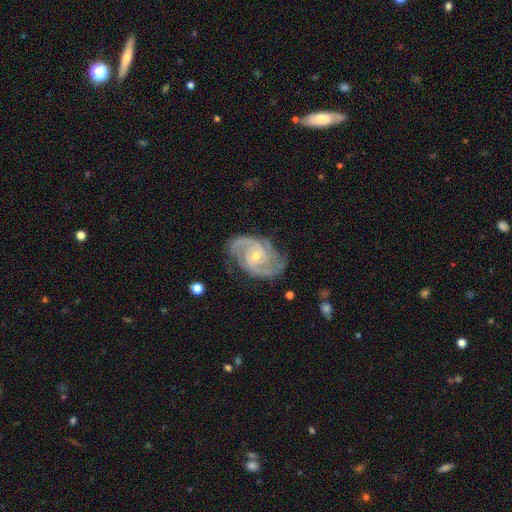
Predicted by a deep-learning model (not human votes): smooth_or_featured: featured or disk (p=0.92) [alt: star or artifact p=0.05]
disk_edge_on: no (p=0.97) [alt: yes p=0.03]
bar: no (p=0.57) [alt: weak p=0.33]
has_spiral_arms: yes (p=0.98) [alt: no p=0.02]
spiral_winding: tight (p=0.51) [alt: medium p=0.42]
spiral_arm_count: 2 (p=0.61) [alt: 3 p=0.22]
bulge_size: small (p=0.62) [alt: moderate p=0.35]
merging: none (p=0.77) [alt: minor disturbance p=0.17]